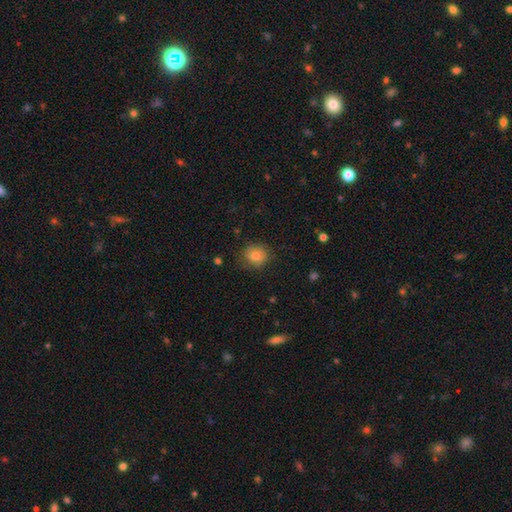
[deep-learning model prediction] Morphology: type=smooth (80%); roundness=round (79%); merging=none (79%).